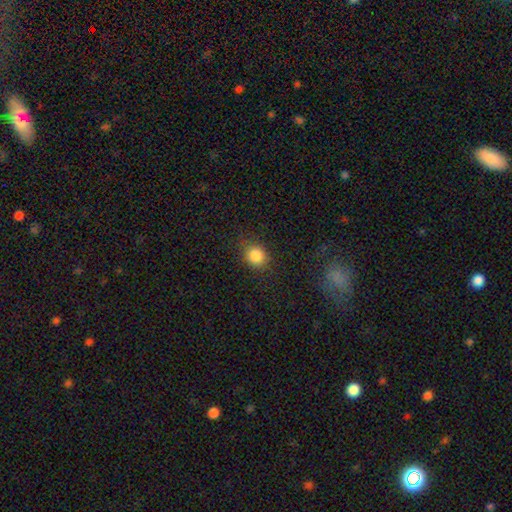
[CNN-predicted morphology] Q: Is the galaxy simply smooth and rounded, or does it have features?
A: smooth — 85%.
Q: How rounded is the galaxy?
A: round — 74%.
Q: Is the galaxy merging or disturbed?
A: none — 81%.